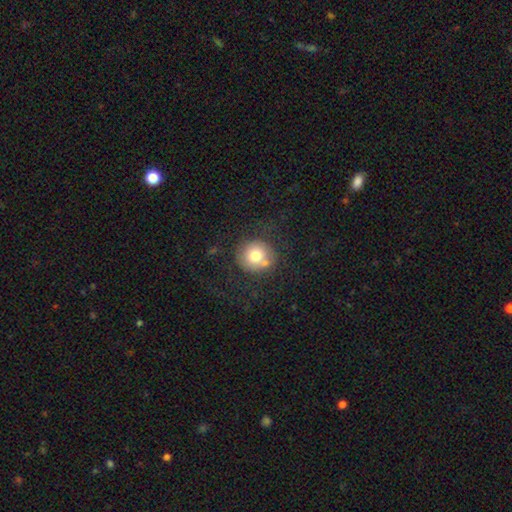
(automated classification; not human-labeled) smooth-or-featured: smooth: 74% | featured or disk: 16% | star or artifact: 10%
  how-rounded: round: 91% | in between: 8% | cigar-shaped: 1%
  merging: none: 68% | minor disturbance: 14% | merger: 10% | major disturbance: 8%